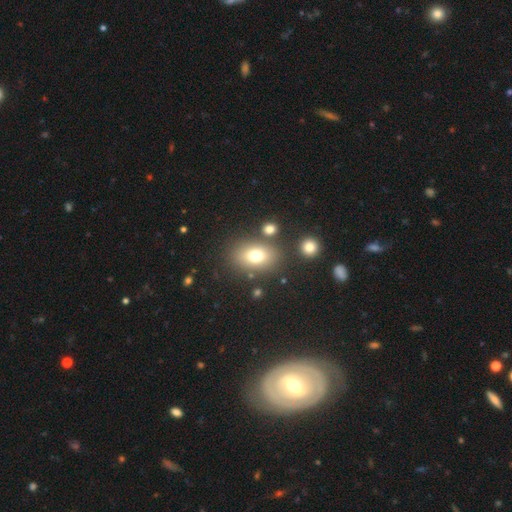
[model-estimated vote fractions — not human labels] The model was most divided on "how rounded": in between: 71%, round: 27%, cigar-shaped: 2%. More confident: merging — none (76%); smooth or featured — smooth (73%).